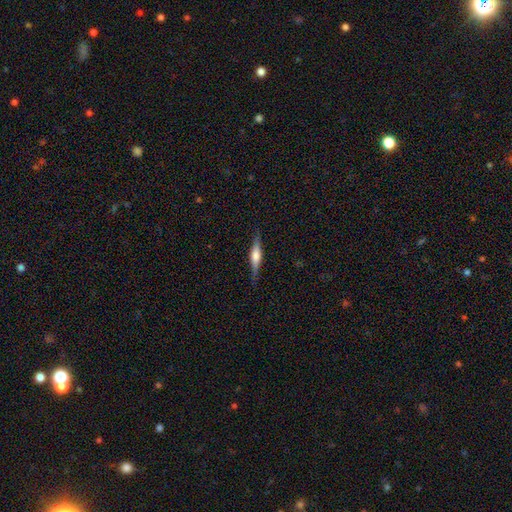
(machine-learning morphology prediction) Smooth or featured: featured or disk — 63% (smooth — 31%)
Edge-on disk: yes — 97% (no — 3%)
Edge-on bulge: rounded — 79% (boxy — 16%)
Merging: none — 87% (minor disturbance — 10%)